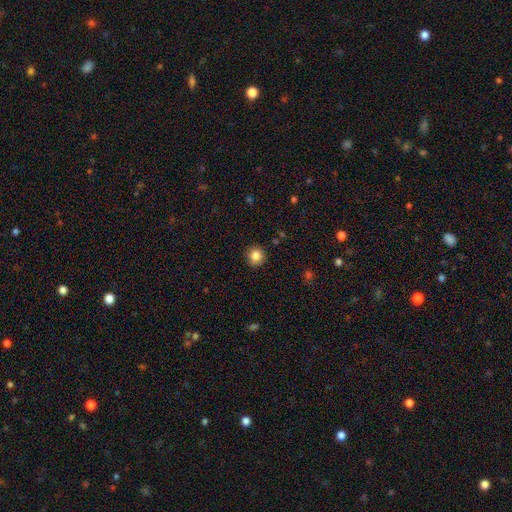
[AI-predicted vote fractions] Smooth or featured: smooth — 84% (star or artifact — 10%)
How rounded: round — 92% (in between — 7%)
Merging: none — 90% (minor disturbance — 7%)